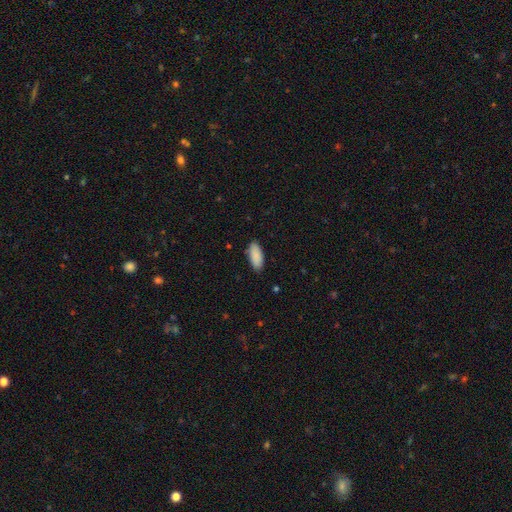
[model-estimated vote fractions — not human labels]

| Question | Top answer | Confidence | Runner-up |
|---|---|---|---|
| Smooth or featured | smooth | 90% | star or artifact (6%) |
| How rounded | in between | 85% | cigar-shaped (14%) |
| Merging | none | 85% | minor disturbance (11%) |